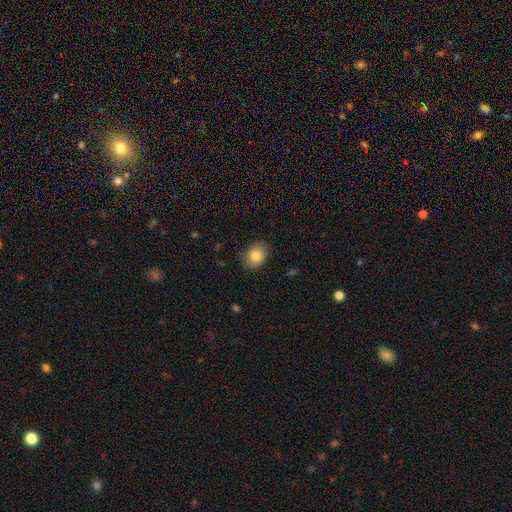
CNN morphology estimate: A smooth galaxy with no disk features (83%) that is in between round and cigar-shaped (51%). Merging: none (76%).